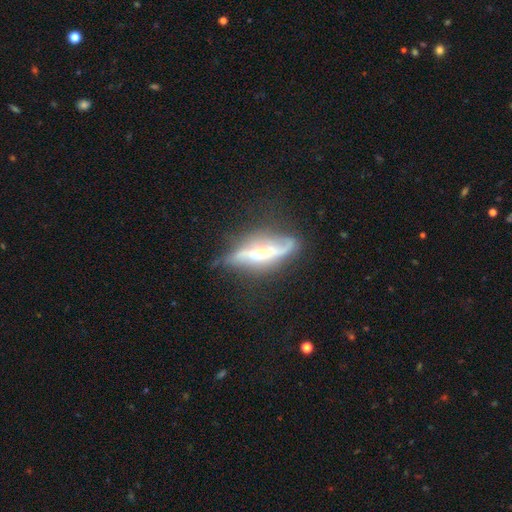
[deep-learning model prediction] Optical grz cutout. It shows a featured or disk galaxy (73%). Merging: none (43%).